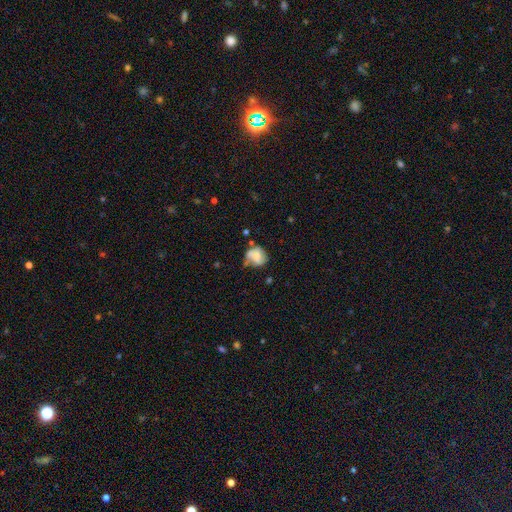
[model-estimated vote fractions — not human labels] Smooth or featured? smooth (52%)
How rounded? round (62%)
Merging? none (37%)